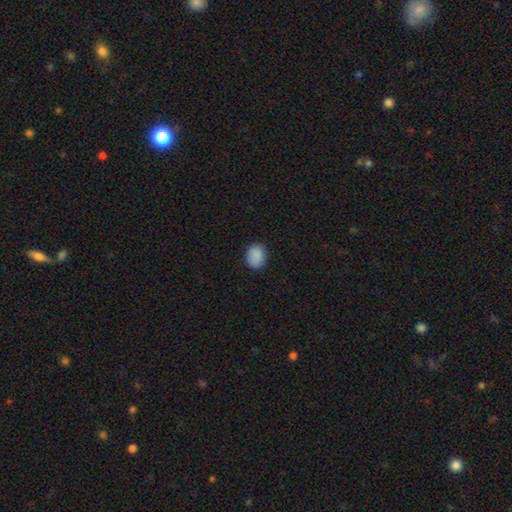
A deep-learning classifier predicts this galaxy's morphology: Smooth or featured? smooth (89%)
How rounded? in between (56%)
Merging? none (85%)